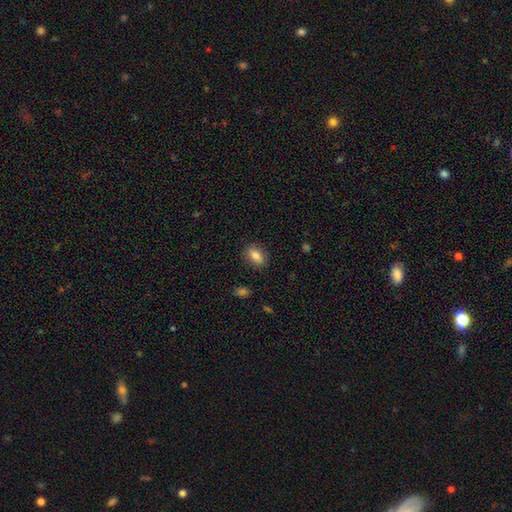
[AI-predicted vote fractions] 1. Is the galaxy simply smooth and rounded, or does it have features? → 82% smooth, 10% featured or disk, 8% star or artifact.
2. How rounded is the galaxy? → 83% in between, 12% round, 5% cigar-shaped.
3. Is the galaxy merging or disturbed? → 87% none, 10% minor disturbance, 2% major disturbance, 1% merger.